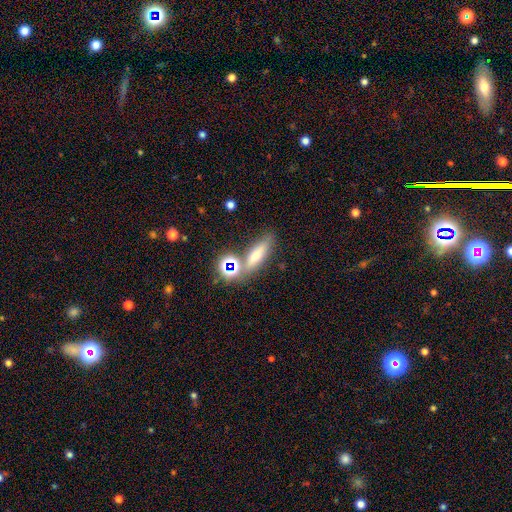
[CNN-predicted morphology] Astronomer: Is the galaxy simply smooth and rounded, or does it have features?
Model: smooth — 59%.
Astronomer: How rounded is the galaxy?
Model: cigar-shaped — 53% (runner-up: in between, 36%).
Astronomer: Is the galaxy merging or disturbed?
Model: none — 68%.